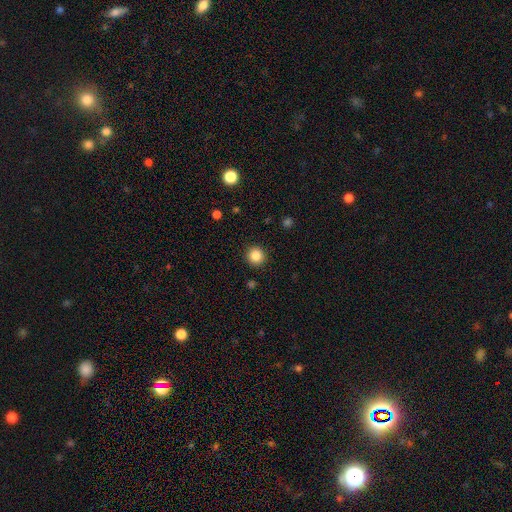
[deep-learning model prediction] This is clearly a smooth galaxy (85%). How rounded: clearly round (94%). Merging: clearly none (92%).